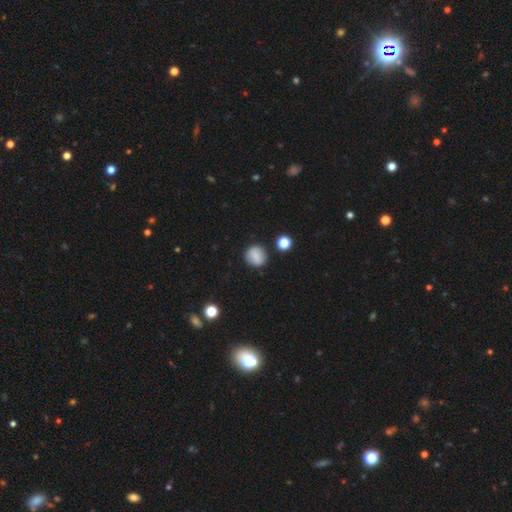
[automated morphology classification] Smooth or featured? smooth (78%)
How rounded? round (87%)
Merging? none (86%)